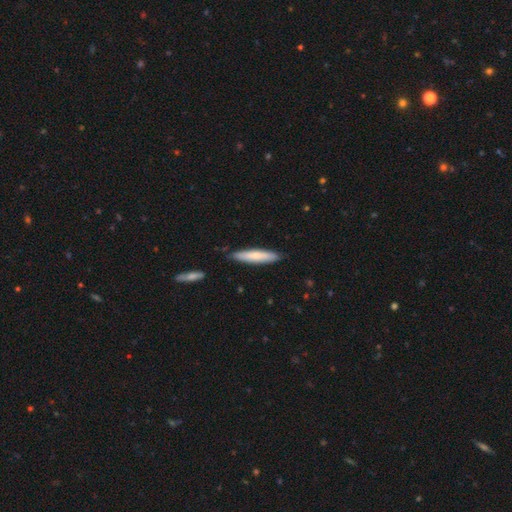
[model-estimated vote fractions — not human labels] smooth_or_featured: smooth (p=0.73) [alt: featured or disk p=0.22]
how_rounded: cigar-shaped (p=0.85) [alt: in between p=0.13]
merging: none (p=0.86) [alt: minor disturbance p=0.11]